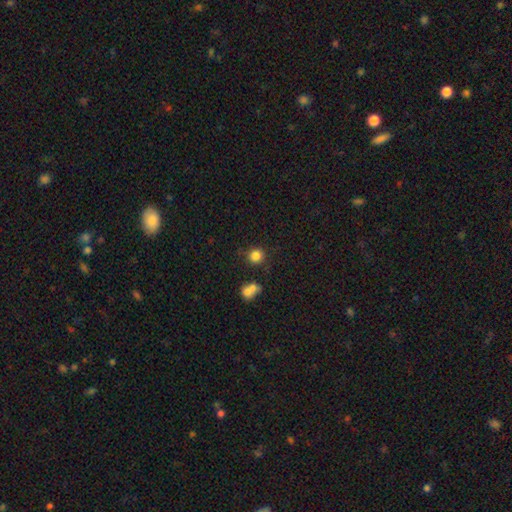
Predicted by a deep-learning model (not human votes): Q: Smooth or featured?
A: smooth (83%); runner-up: star or artifact (12%)
Q: How rounded?
A: round (90%); runner-up: in between (9%)
Q: Merging?
A: none (77%); runner-up: minor disturbance (10%)